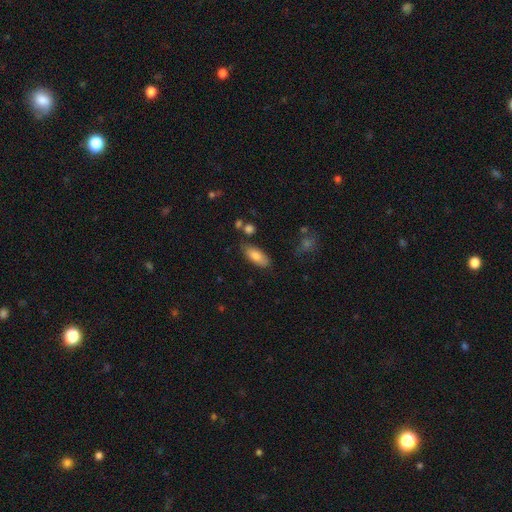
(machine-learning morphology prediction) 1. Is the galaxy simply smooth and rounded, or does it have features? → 79% smooth, 14% featured or disk, 7% star or artifact.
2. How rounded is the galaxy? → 84% in between, 14% cigar-shaped, 2% round.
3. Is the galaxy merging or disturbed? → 76% none, 16% minor disturbance, 4% merger, 4% major disturbance.